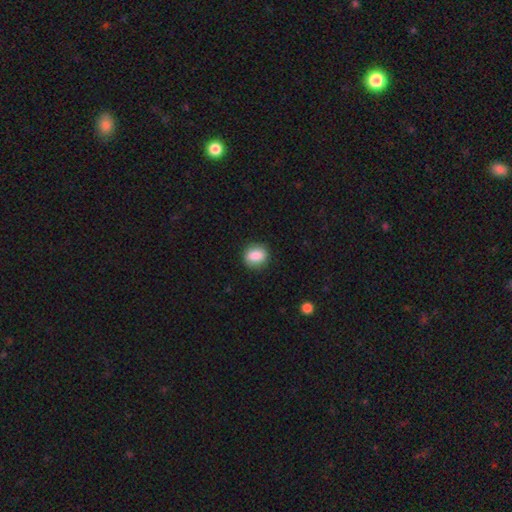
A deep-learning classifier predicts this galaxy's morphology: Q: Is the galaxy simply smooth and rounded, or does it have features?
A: smooth — 85%.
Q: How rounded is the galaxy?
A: round — 62%.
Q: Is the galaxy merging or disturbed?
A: none — 86%.